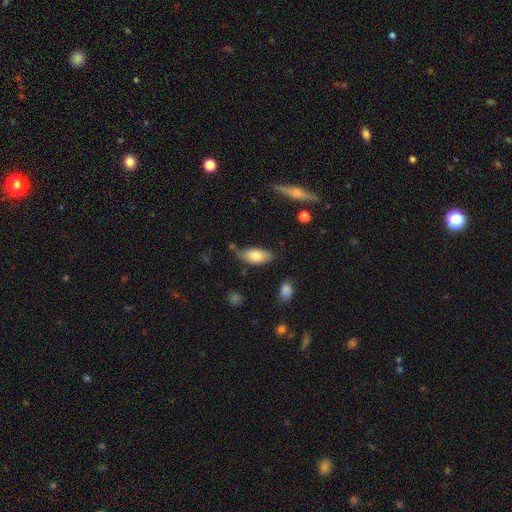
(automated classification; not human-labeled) smooth_or_featured: smooth (p=0.76) [alt: featured or disk p=0.18]
how_rounded: in between (p=0.88) [alt: cigar-shaped p=0.10]
merging: none (p=0.73) [alt: minor disturbance p=0.19]